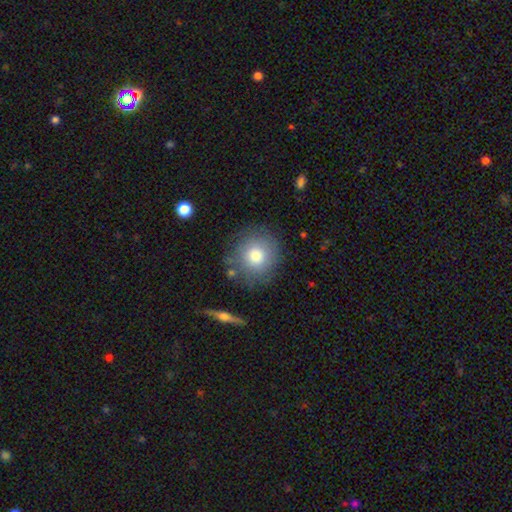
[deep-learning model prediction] This is likely a smooth galaxy (77%). How rounded: clearly round (89%). Merging: likely none (80%).